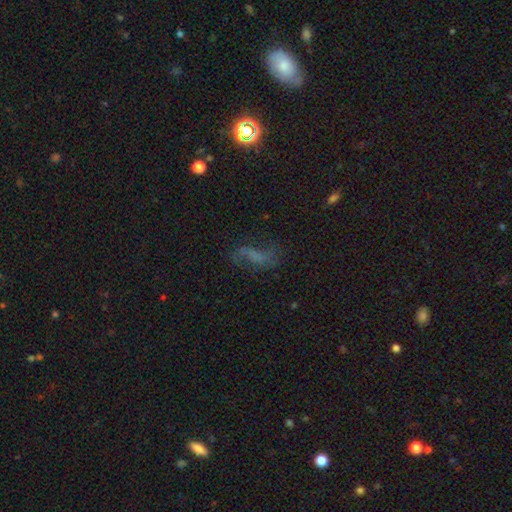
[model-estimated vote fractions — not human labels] Smooth or featured?
  - featured or disk: 45% *
  - smooth: 31%
  - star or artifact: 24%
Merging?
  - none: 55% *
  - minor disturbance: 21%
  - major disturbance: 20%
  - merger: 4%